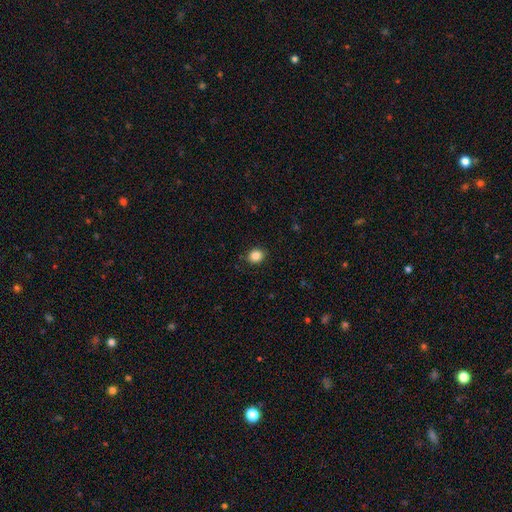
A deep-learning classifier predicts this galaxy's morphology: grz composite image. It shows a smooth galaxy with no disk features (86%) that is round (69%). Merging: none (89%).